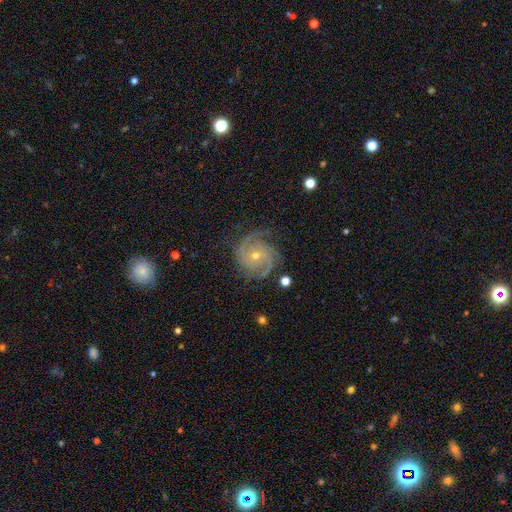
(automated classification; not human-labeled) This is clearly a featured or disk galaxy (88%). It is clearly not viewed edge-on (98%). Bar: likely no (78%). Spiral arm pattern: clearly yes (98%). Spiral arm count: marginally 3 (42%). Spiral winding: likely tight (62%). Central bulge: likely small (60%). Merging: likely none (76%).